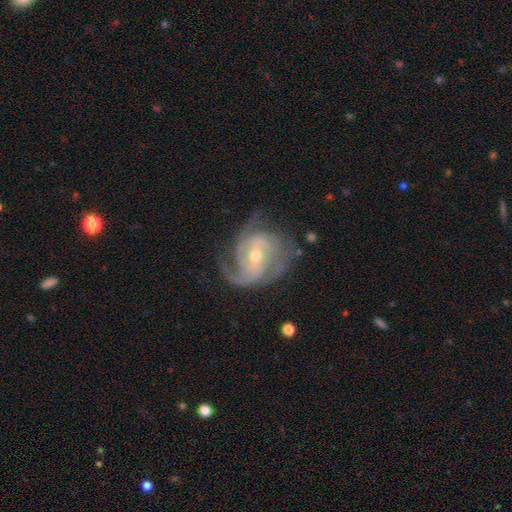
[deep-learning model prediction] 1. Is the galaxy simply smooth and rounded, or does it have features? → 89% featured or disk, 6% smooth, 5% star or artifact.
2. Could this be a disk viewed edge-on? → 97% no, 3% yes.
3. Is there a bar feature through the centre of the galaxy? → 43% weak, 40% no, 16% strong.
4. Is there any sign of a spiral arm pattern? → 97% yes, 3% no.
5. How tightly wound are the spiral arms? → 45% medium, 40% tight, 15% loose.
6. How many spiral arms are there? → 39% 3, 31% 2, 14% can't tell, 6% 4, 6% 1, 4% more than 4.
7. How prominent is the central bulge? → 52% moderate, 45% small, 2% large, 1% none, 1% dominant.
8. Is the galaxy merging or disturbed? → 62% none, 21% minor disturbance, 15% major disturbance, 2% merger.